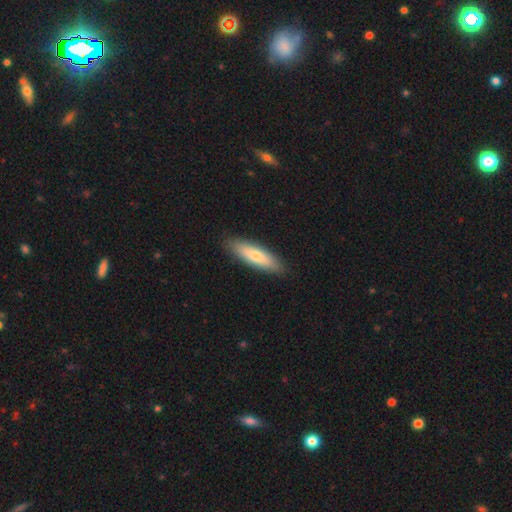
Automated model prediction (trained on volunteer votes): Smooth or featured?
  - smooth: 72% *
  - featured or disk: 23%
  - star or artifact: 6%
How rounded?
  - cigar-shaped: 63% *
  - in between: 36%
  - round: 2%
Merging?
  - none: 89% *
  - minor disturbance: 8%
  - major disturbance: 2%
  - merger: 1%